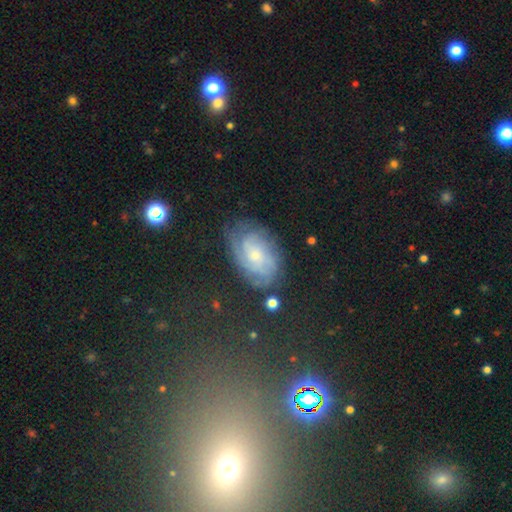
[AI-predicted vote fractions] This appears to be a featured or disk galaxy (68%) with no bar (72%), tight (64%) spiral arms (91%) and a small central bulge (61%). Merging: none (73%).